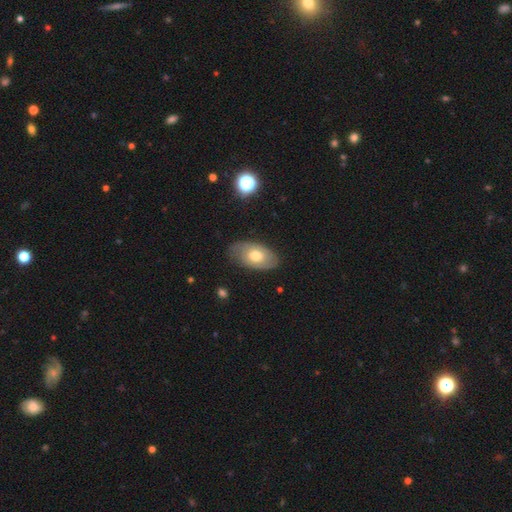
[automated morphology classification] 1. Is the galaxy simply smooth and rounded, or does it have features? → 49% featured or disk, 44% smooth, 7% star or artifact.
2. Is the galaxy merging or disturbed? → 73% none, 20% minor disturbance, 6% major disturbance, 1% merger.